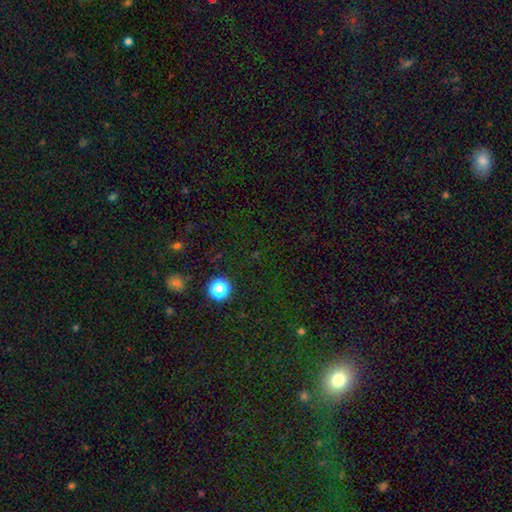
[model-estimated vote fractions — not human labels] This is possibly a star or artifact rather than a galaxy (55%).